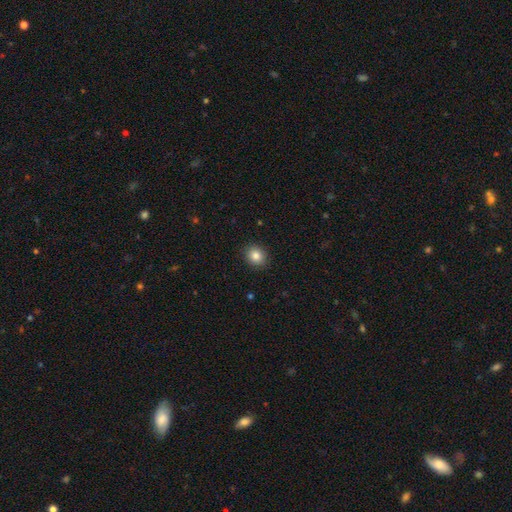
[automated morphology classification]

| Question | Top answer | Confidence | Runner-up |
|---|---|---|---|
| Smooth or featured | smooth | 84% | star or artifact (10%) |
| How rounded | round | 71% | in between (28%) |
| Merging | none | 90% | minor disturbance (7%) |